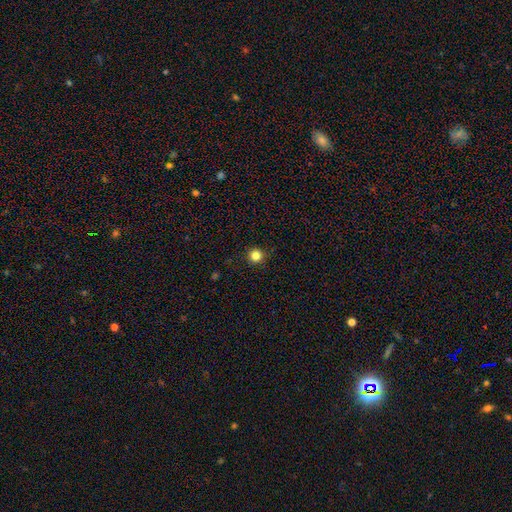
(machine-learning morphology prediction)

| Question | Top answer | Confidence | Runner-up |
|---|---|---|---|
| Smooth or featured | smooth | 83% | star or artifact (13%) |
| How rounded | round | 96% | in between (3%) |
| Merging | none | 93% | minor disturbance (5%) |